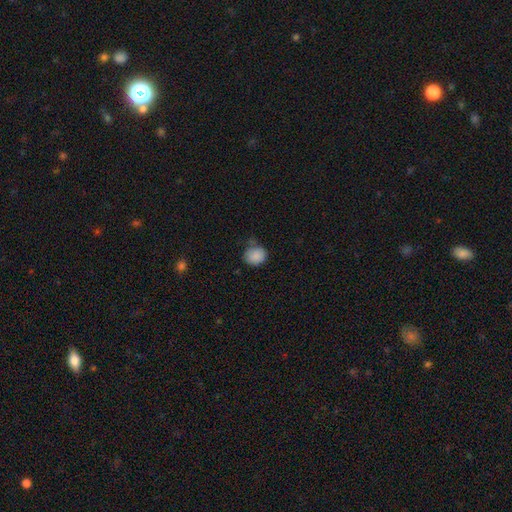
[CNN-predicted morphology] Smooth or featured?
  - smooth: 87% *
  - star or artifact: 9%
  - featured or disk: 4%
How rounded?
  - round: 73% *
  - in between: 26%
  - cigar-shaped: 1%
Merging?
  - none: 61% *
  - minor disturbance: 29%
  - major disturbance: 6%
  - merger: 4%